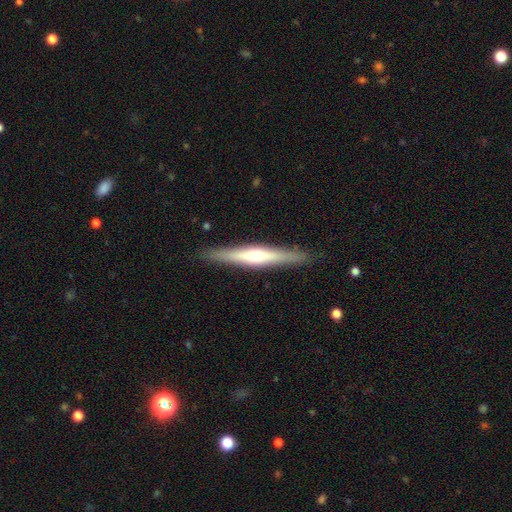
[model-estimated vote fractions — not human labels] smooth_or_featured: featured or disk (p=0.57) [alt: smooth p=0.37]
disk_edge_on: yes (p=0.96) [alt: no p=0.04]
edge_on_bulge: rounded (p=0.75) [alt: none p=0.15]
merging: none (p=0.89) [alt: minor disturbance p=0.08]